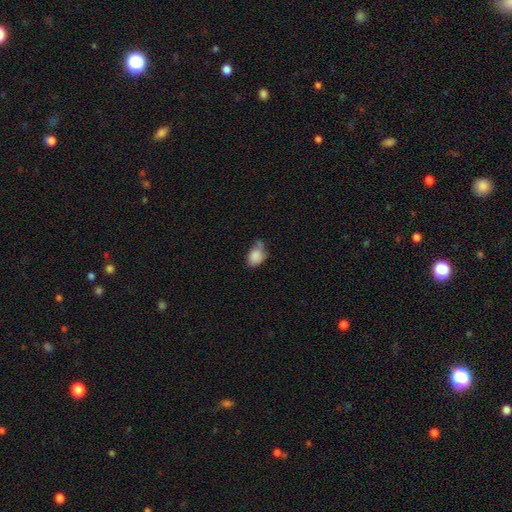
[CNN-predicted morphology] smooth 81%, featured or disk 11%, star or artifact 9%. Down the decision tree: how rounded — in between (79%); merging — none (38%).